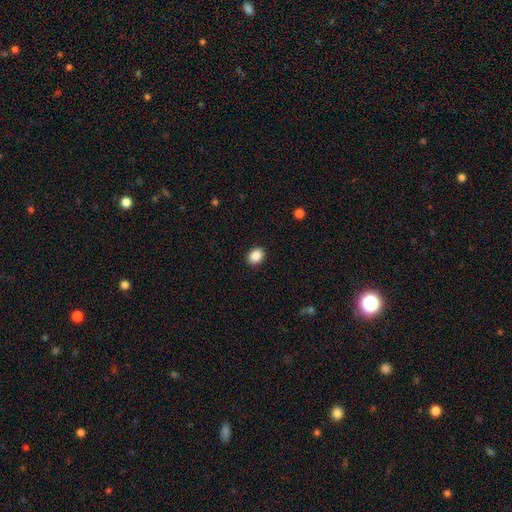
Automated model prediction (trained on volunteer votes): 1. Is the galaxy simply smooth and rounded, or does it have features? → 88% smooth, 8% star or artifact, 3% featured or disk.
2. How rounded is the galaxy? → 55% in between, 44% round, 1% cigar-shaped.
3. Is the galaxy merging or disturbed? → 91% none, 6% minor disturbance, 2% major disturbance, 1% merger.